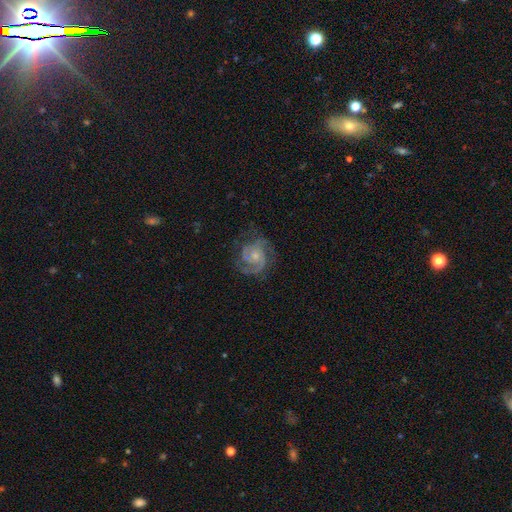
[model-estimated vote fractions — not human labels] Smooth or featured: featured or disk — 85% (star or artifact — 7%)
Edge-on disk: no — 98% (yes — 2%)
Bar: no — 68% (weak — 27%)
Spiral arms: yes — 97% (no — 3%)
Spiral winding: tight — 52% (medium — 40%)
Spiral arm count: 2 — 53% (3 — 23%)
Bulge size: small — 61% (moderate — 31%)
Merging: none — 74% (minor disturbance — 16%)